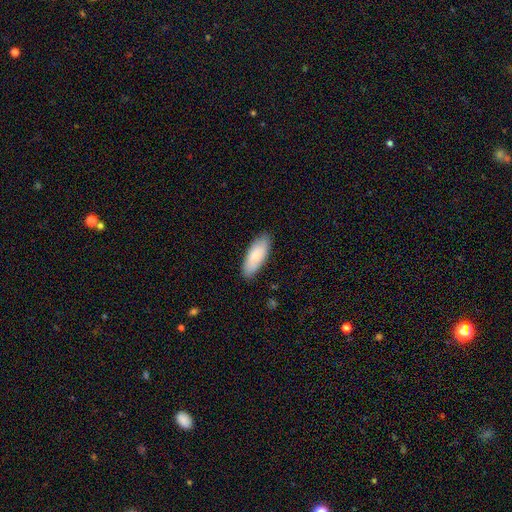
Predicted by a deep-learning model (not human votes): A smooth galaxy with no disk features (82%) that is in between round and cigar-shaped (76%).

Vote fractions:
- Smooth or featured? smooth: 82% / featured or disk: 13% / star or artifact: 5%
- How rounded? in between: 76% / cigar-shaped: 22% / round: 2%
- Merging? none: 86% / minor disturbance: 11% / major disturbance: 2% / merger: 1%